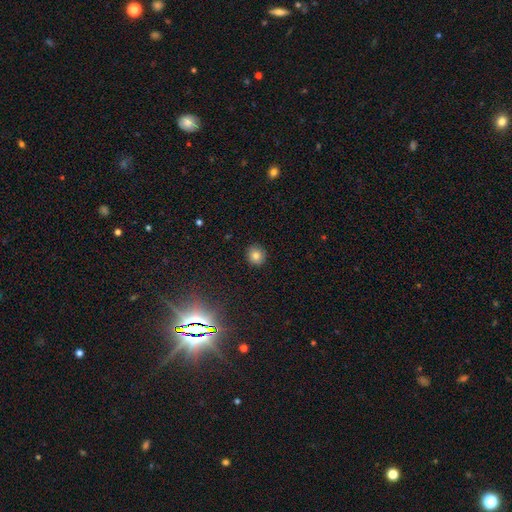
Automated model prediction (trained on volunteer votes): Overall: smooth (81%). How rounded: round (88%). Merging: none (91%).